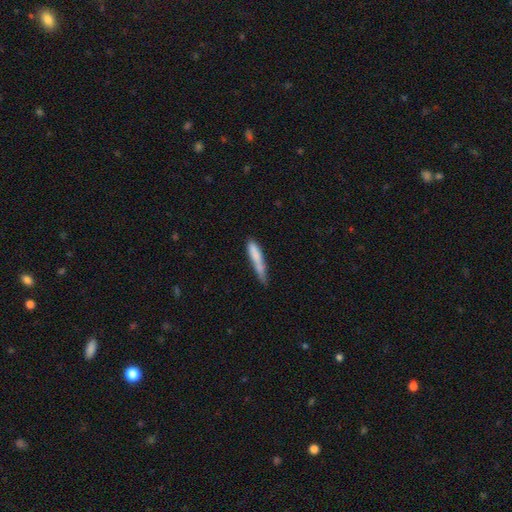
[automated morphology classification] Smooth or featured? Predicted: smooth (p=0.76). How rounded? Predicted: cigar-shaped (p=0.90). Merging? Predicted: none (p=0.51).